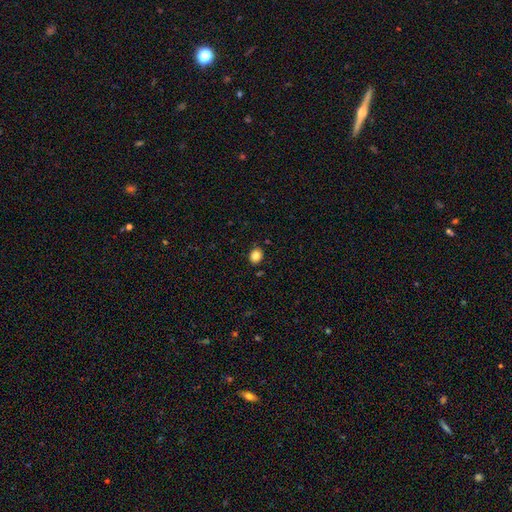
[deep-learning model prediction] A smooth galaxy with no disk features (83%) that is round (55%).

Vote fractions:
- Smooth or featured? smooth: 83% / star or artifact: 11% / featured or disk: 7%
- How rounded? round: 55% / in between: 44% / cigar-shaped: 1%
- Merging? none: 87% / minor disturbance: 9% / merger: 2% / major disturbance: 2%